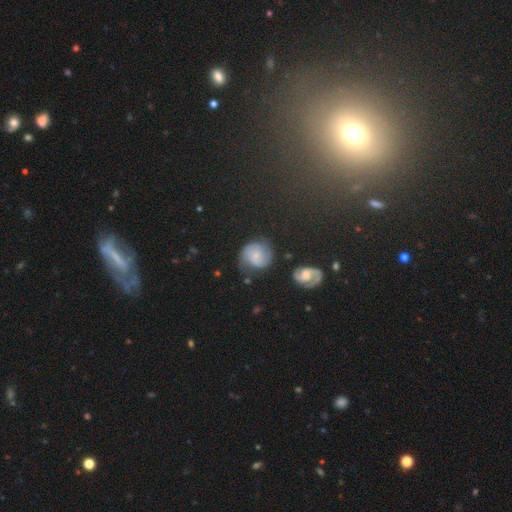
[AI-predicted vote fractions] Smooth or featured: featured or disk — 52% (smooth — 36%)
Edge-on disk: no — 97% (yes — 3%)
Bar: no — 64% (weak — 30%)
Spiral arms: yes — 89% (no — 11%)
Bulge size: small — 68% (moderate — 22%)
Merging: none — 66% (minor disturbance — 22%)